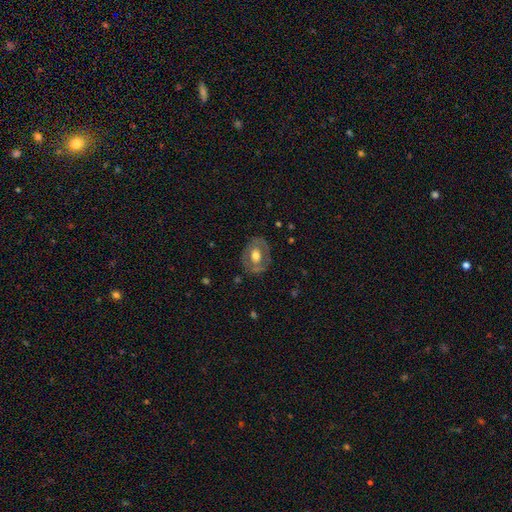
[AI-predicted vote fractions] Overall: featured or disk (51%; smooth 43%). Edge-on disk: no (93%). Merging: none (77%).